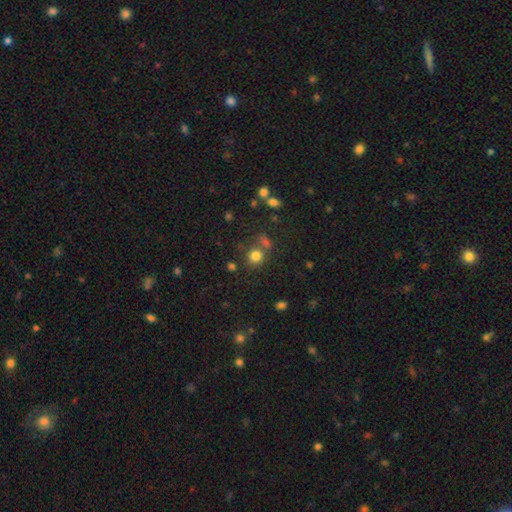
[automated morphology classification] Overall: smooth (77%). How rounded: round (85%). Merging: none (68%).